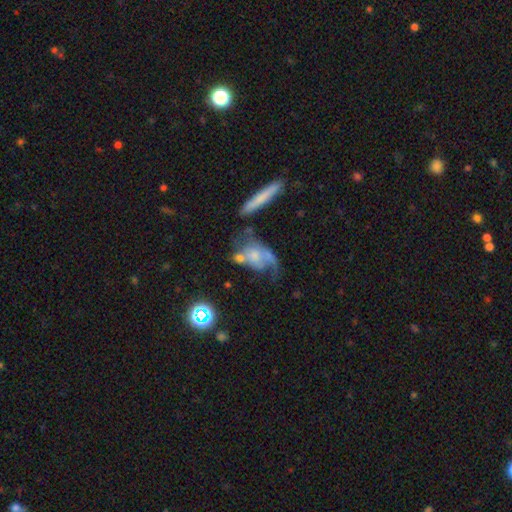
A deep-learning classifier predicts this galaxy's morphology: Smooth or featured? featured or disk (54%)
Edge-on disk? no (91%)
Merging? major disturbance (36%)